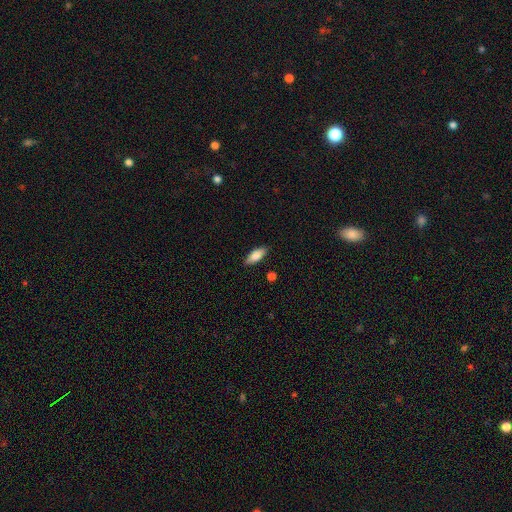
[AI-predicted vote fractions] This is likely a smooth galaxy (75%). How rounded: likely in between (75%). Merging: clearly none (85%).